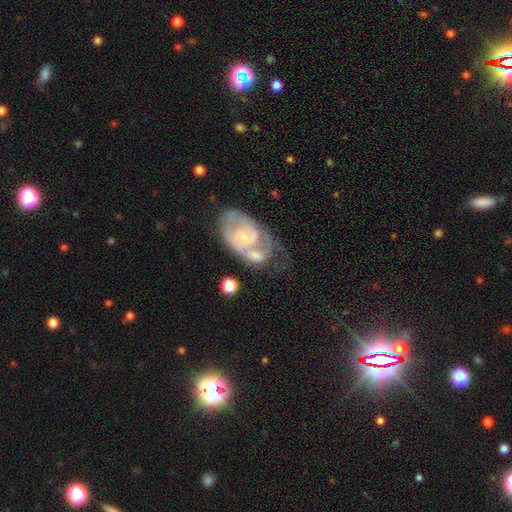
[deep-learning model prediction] This appears to be a featured or disk galaxy (73%) with no bar (56%), 2 (63%) medium (46%) spiral arms (85%) and a small central bulge (62%). Merging: none (30%, tied with merger).